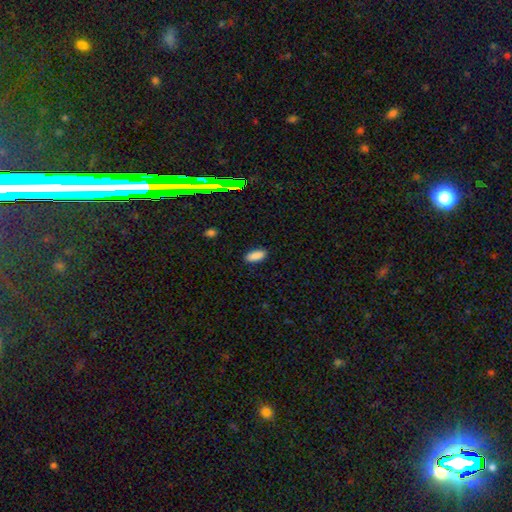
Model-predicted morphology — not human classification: Smooth or featured? smooth (88%)
How rounded? in between (86%)
Merging? none (89%)